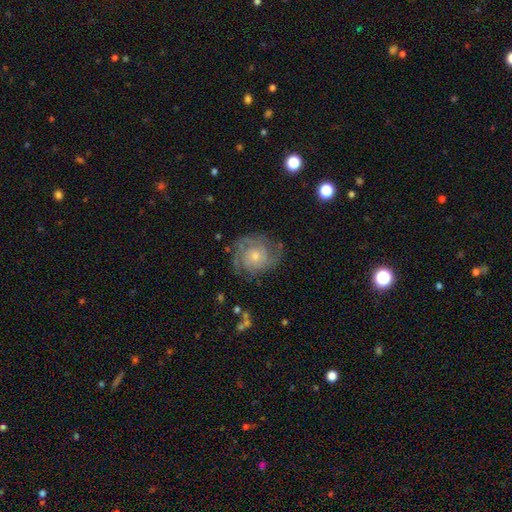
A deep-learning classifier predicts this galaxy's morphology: This appears to be a featured or disk galaxy (80%) with no bar (79%), tight (62%) spiral arms (94%) and a small central bulge (50%). Merging: none (75%).